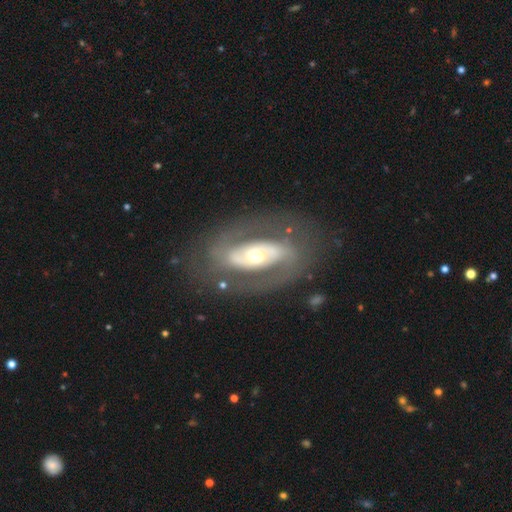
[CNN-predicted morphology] A featured or disk galaxy (80%) with no bar (50%), 2 (81%) medium (41%) spiral arms (70%) and a moderate central bulge (66%). Merging: none (74%).